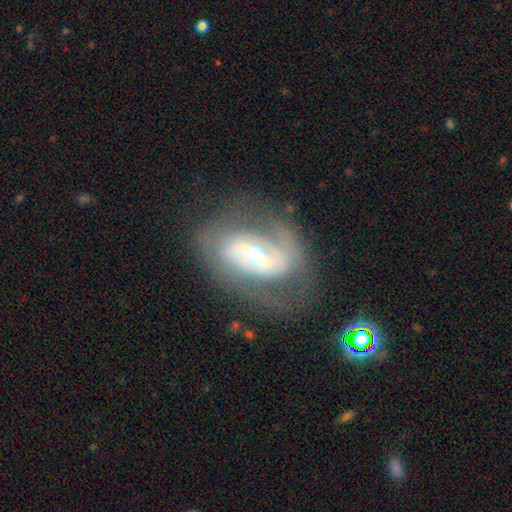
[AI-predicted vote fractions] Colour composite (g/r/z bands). It shows a featured or disk galaxy (82%) with a strong bar (47%), 2 (67%) medium (42%) spiral arms (84%) and a moderate central bulge (52%). Merging: none (63%).